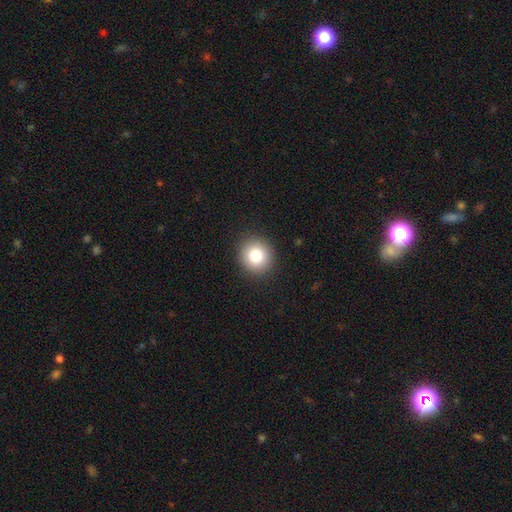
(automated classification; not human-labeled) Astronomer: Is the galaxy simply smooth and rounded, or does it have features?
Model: smooth — 80%.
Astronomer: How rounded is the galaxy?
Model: round — 89%.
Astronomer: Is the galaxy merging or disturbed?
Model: none — 92%.